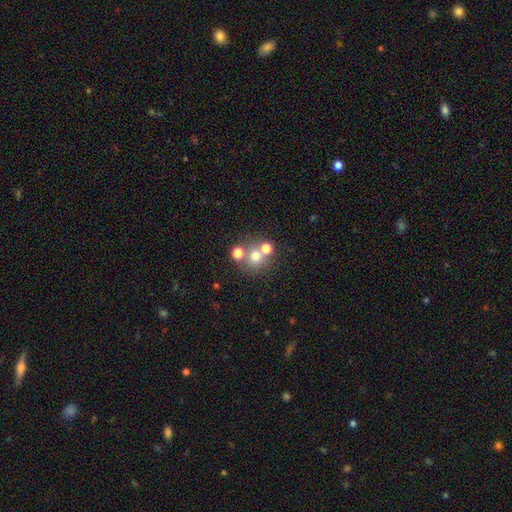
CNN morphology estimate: smooth 67%, star or artifact 18%, featured or disk 15%. Down the decision tree: how rounded — round (87%); merging — none (54%).